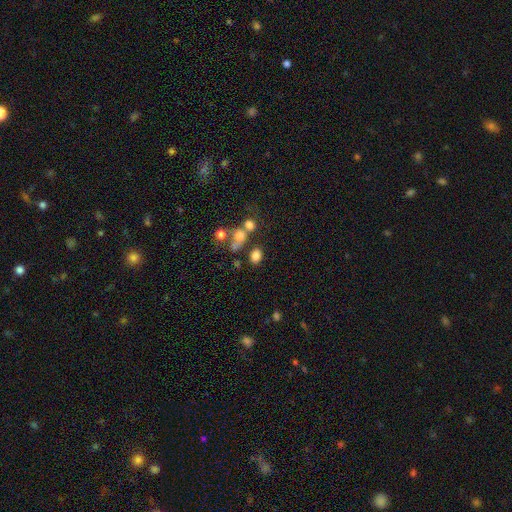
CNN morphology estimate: Q: Smooth or featured?
A: smooth (77%); runner-up: star or artifact (14%)
Q: How rounded?
A: in between (64%); runner-up: round (34%)
Q: Merging?
A: none (61%); runner-up: merger (19%)